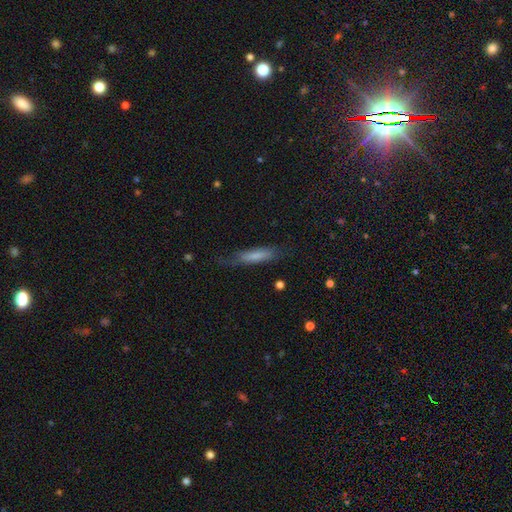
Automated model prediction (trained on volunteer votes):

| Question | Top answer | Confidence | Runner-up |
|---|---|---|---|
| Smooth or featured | smooth | 68% | featured or disk (25%) |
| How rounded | cigar-shaped | 78% | in between (20%) |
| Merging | none | 65% | minor disturbance (24%) |